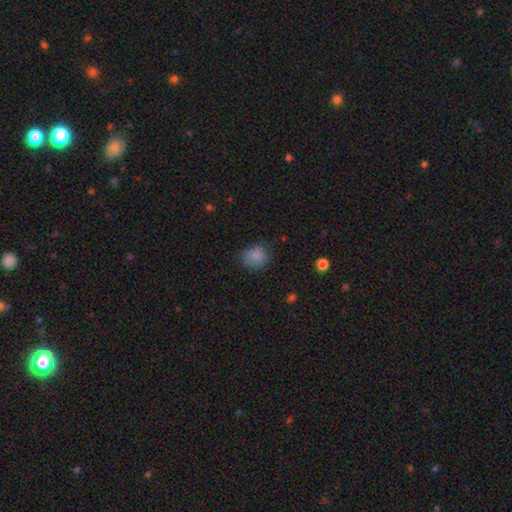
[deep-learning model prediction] smooth 82%, star or artifact 11%, featured or disk 7%. Down the decision tree: how rounded — round (69%); merging — none (68%).